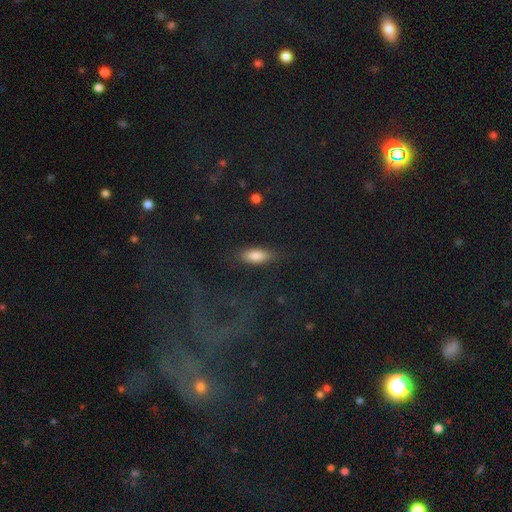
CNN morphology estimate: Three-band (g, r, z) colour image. It shows a smooth galaxy with no disk features (82%) that is in between round and cigar-shaped (76%). Merging: none (83%).